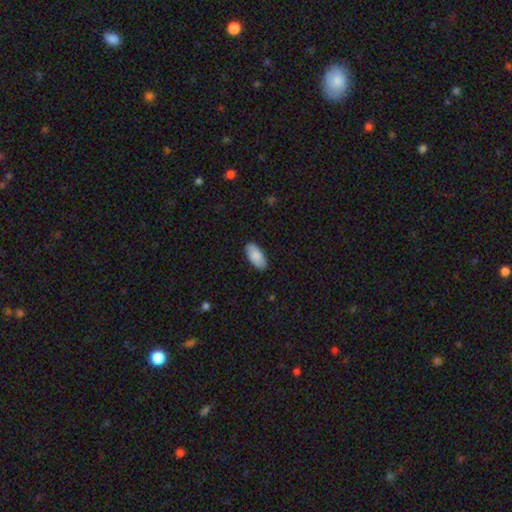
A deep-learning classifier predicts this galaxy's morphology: type=smooth (88%); roundness=in between (94%); merging=none (89%).